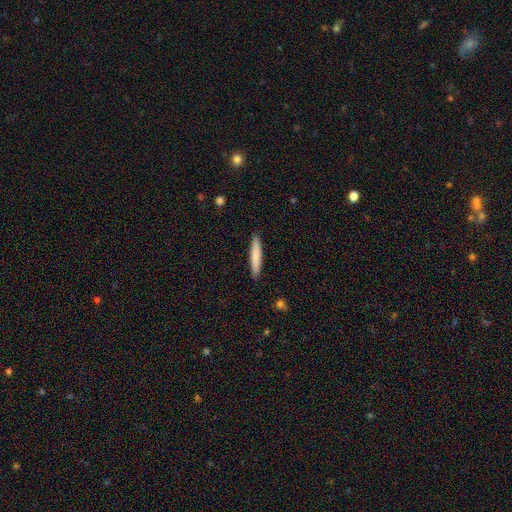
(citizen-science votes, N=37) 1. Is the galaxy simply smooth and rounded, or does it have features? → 78% smooth, 16% featured or disk, 5% star or artifact.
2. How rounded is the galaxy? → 93% cigar-shaped, 7% in between, 0% round.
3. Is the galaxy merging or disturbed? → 89% none, 6% minor disturbance, 6% major disturbance, 0% merger.